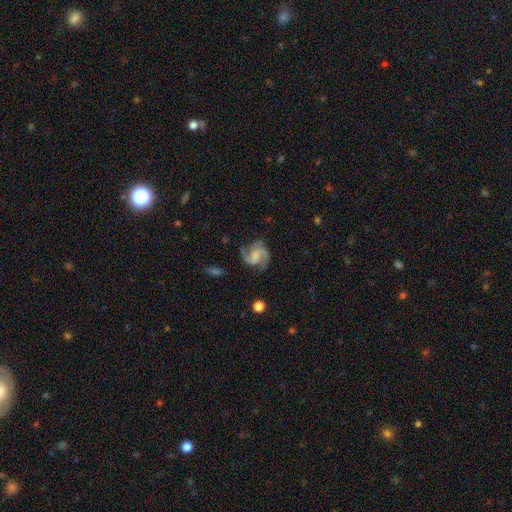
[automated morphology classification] smooth_or_featured: featured or disk (p=0.85) [alt: smooth p=0.09]
disk_edge_on: no (p=0.98) [alt: yes p=0.02]
bar: weak (p=0.45) [alt: no p=0.40]
has_spiral_arms: yes (p=0.97) [alt: no p=0.03]
spiral_winding: medium (p=0.54) [alt: loose p=0.25]
spiral_arm_count: 2 (p=0.67) [alt: 3 p=0.21]
bulge_size: none (p=0.43) [alt: moderate p=0.23]
merging: none (p=0.71) [alt: minor disturbance p=0.17]